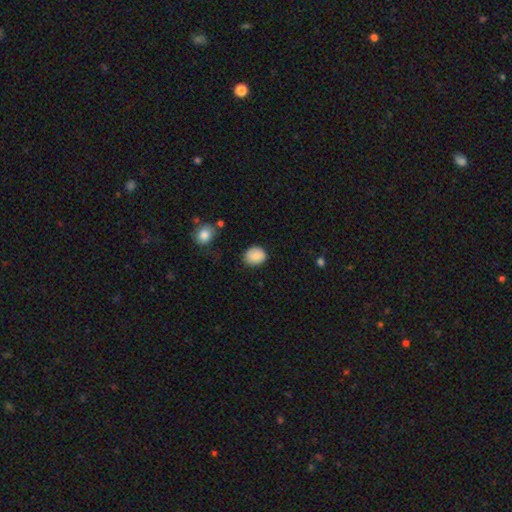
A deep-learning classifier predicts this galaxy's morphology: A smooth galaxy with no disk features (87%) that is round (61%).

Vote fractions:
- Smooth or featured? smooth: 87% / star or artifact: 8% / featured or disk: 6%
- How rounded? round: 61% / in between: 38% / cigar-shaped: 1%
- Merging? none: 82% / minor disturbance: 14% / major disturbance: 3% / merger: 2%